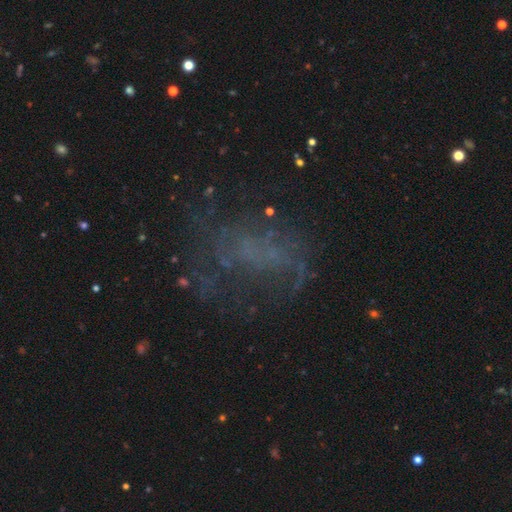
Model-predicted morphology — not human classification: This appears to be a featured or disk galaxy (47%). Merging: none (52%).